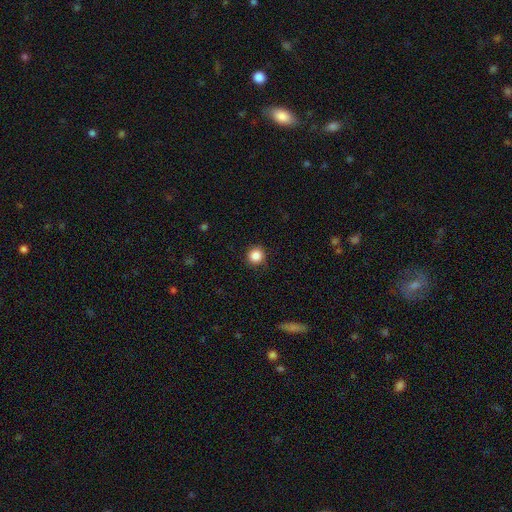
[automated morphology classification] Smooth or featured?
  - smooth: 86% *
  - star or artifact: 10%
  - featured or disk: 4%
How rounded?
  - round: 95% *
  - in between: 4%
  - cigar-shaped: 1%
Merging?
  - none: 90% *
  - minor disturbance: 7%
  - major disturbance: 2%
  - merger: 1%